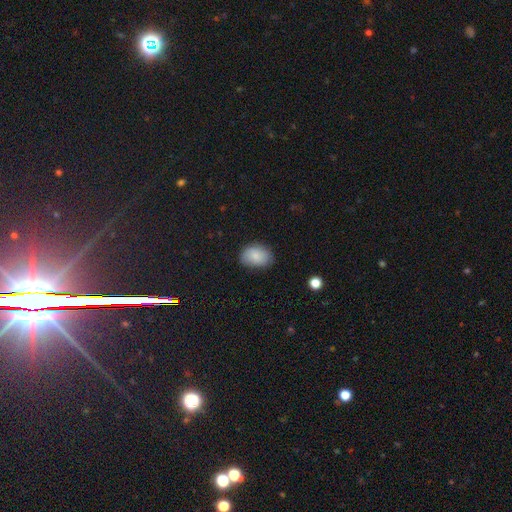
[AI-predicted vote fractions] This appears to be a smooth galaxy with no disk features (85%) that is in between round and cigar-shaped (80%). Merging: none (77%).